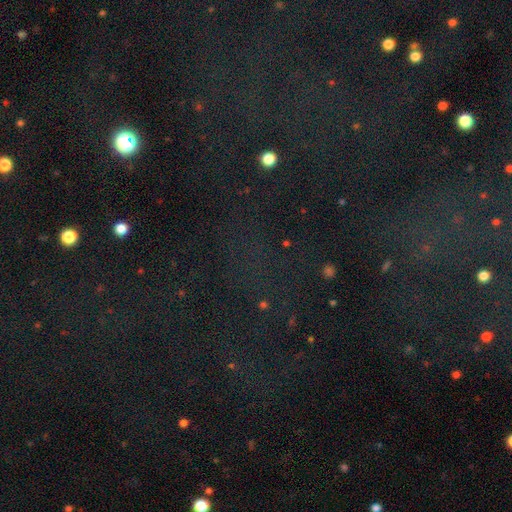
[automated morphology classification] This appears to be a star or artifact, not a galaxy (72%).